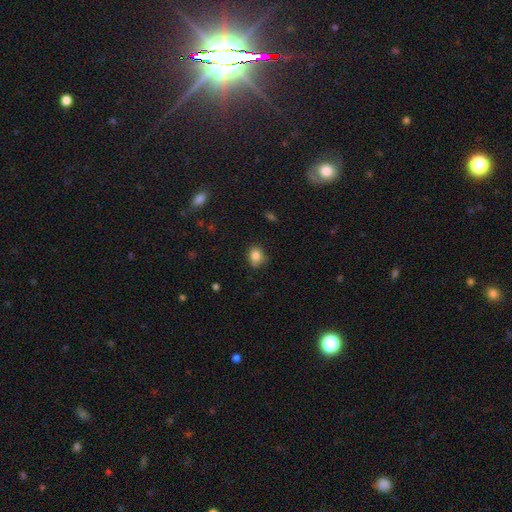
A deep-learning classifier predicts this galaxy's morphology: Q: Smooth or featured?
A: smooth (84%); runner-up: star or artifact (10%)
Q: How rounded?
A: round (62%); runner-up: in between (37%)
Q: Merging?
A: none (70%); runner-up: minor disturbance (24%)